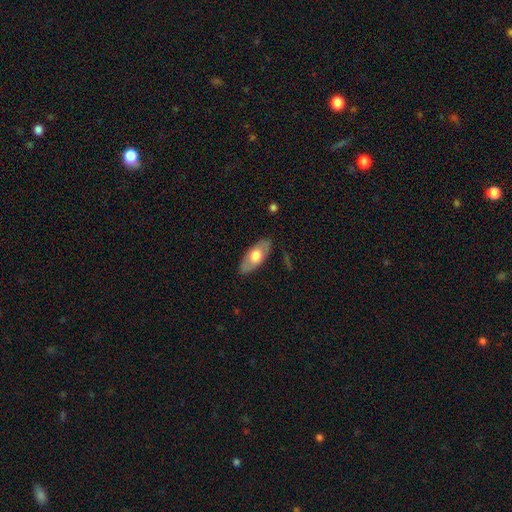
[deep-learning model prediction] smooth-or-featured: smooth: 61% | featured or disk: 34% | star or artifact: 5%
  how-rounded: in between: 86% | cigar-shaped: 11% | round: 3%
  merging: none: 85% | minor disturbance: 11% | major disturbance: 3% | merger: 1%